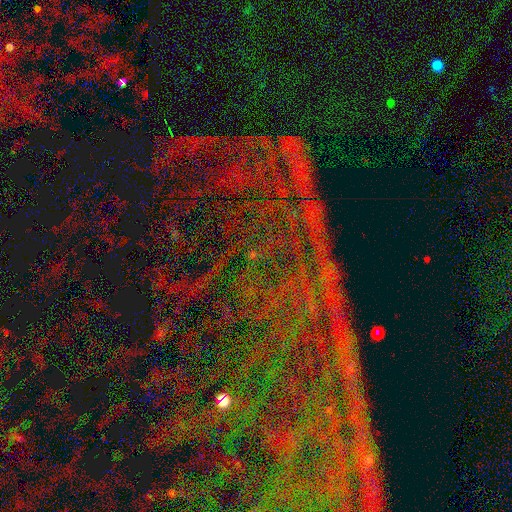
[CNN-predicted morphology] Smooth or featured: star or artifact — 83% (featured or disk — 9%)